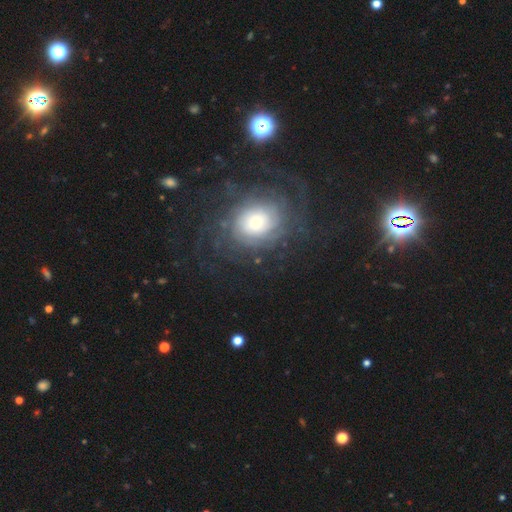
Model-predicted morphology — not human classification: The model was most divided on "smooth or featured": smooth: 46%, star or artifact: 31%, featured or disk: 24%. More confident: merging — none (83%).